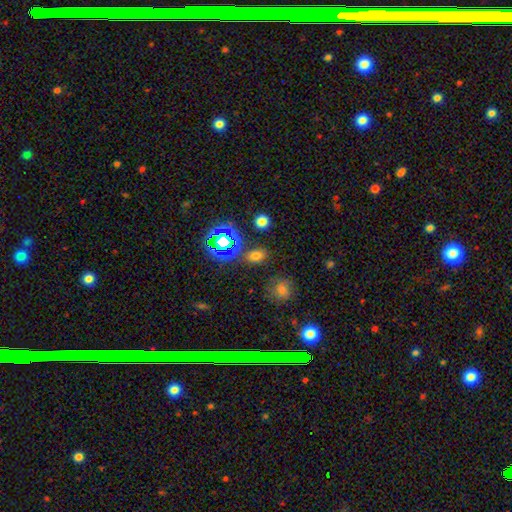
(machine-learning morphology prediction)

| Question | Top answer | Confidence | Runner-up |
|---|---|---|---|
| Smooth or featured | smooth | 61% | star or artifact (30%) |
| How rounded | in between | 77% | round (20%) |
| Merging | none | 79% | minor disturbance (11%) |